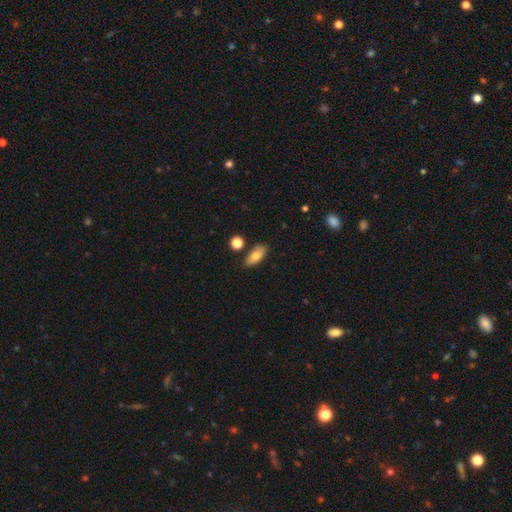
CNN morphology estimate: smooth-or-featured: smooth: 77% | featured or disk: 15% | star or artifact: 8%
  how-rounded: in between: 85% | cigar-shaped: 11% | round: 4%
  merging: none: 82% | minor disturbance: 11% | merger: 5% | major disturbance: 2%